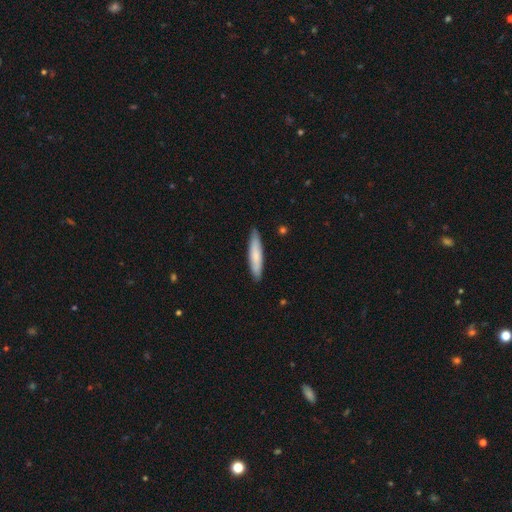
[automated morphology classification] This is likely a smooth galaxy (75%). How rounded: clearly cigar-shaped (86%). Merging: clearly none (89%).